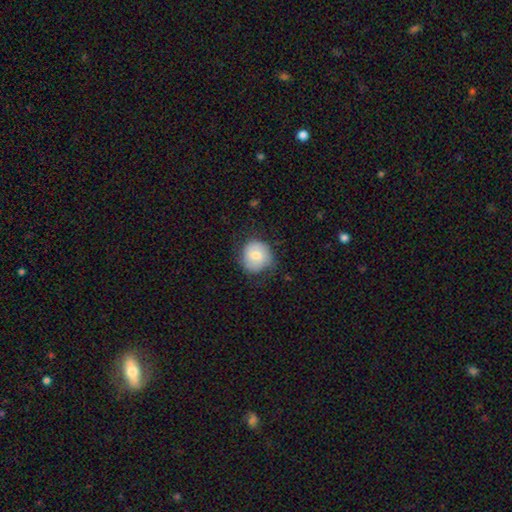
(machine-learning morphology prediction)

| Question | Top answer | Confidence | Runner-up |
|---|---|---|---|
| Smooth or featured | smooth | 73% | featured or disk (21%) |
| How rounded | round | 87% | in between (12%) |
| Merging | none | 67% | minor disturbance (24%) |